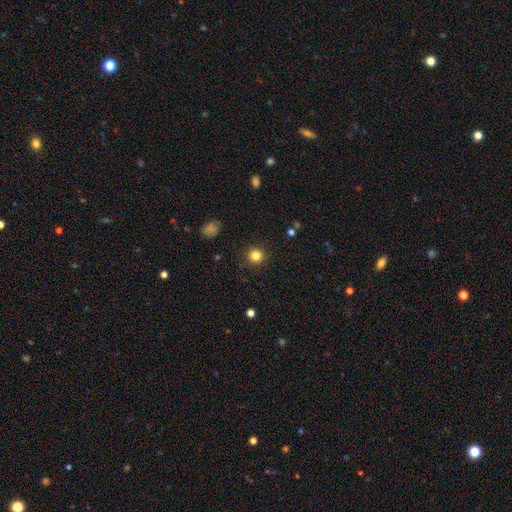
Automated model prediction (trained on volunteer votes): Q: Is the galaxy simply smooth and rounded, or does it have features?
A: smooth — 83%.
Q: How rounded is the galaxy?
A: round — 94%.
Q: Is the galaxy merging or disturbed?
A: none — 91%.